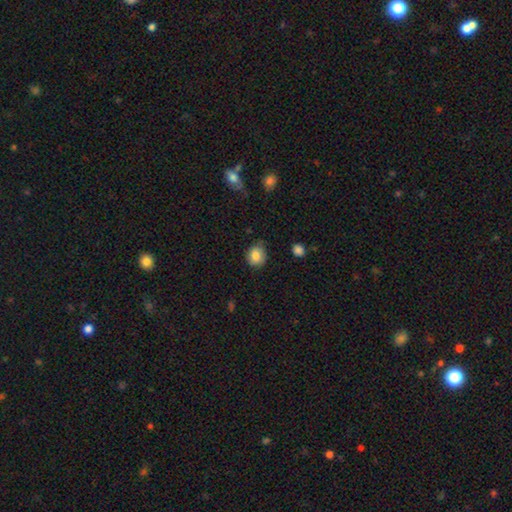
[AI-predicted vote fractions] A smooth galaxy with no disk features (82%) that is round (68%). Merging: none (73%).